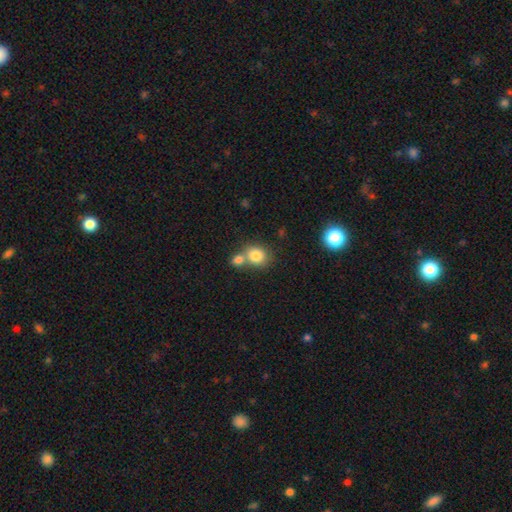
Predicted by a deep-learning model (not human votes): smooth_or_featured: smooth (p=0.81) [alt: star or artifact p=0.10]
how_rounded: round (p=0.74) [alt: in between p=0.25]
merging: none (p=0.45) [alt: merger p=0.44]